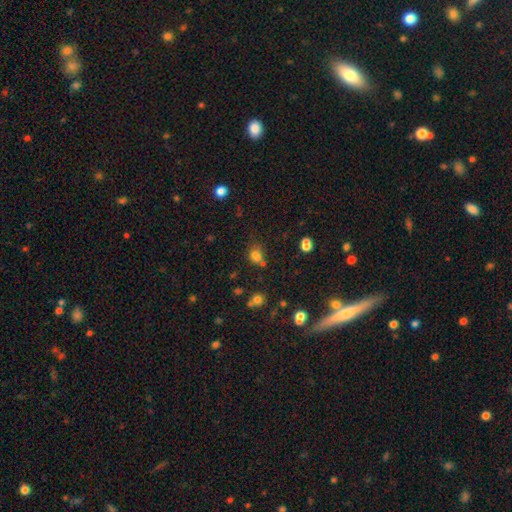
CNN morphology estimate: smooth 76%, star or artifact 18%, featured or disk 7%. Down the decision tree: how rounded — round (64%); merging — none (58%).